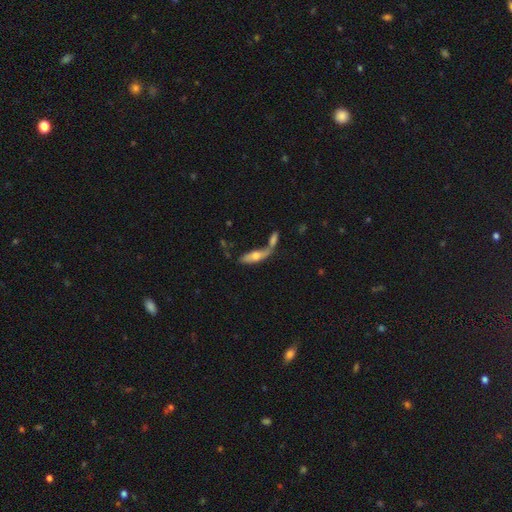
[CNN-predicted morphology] Smooth or featured?
  - smooth: 56% *
  - featured or disk: 36%
  - star or artifact: 7%
How rounded?
  - in between: 53% *
  - cigar-shaped: 44%
  - round: 3%
Merging?
  - merger: 50% *
  - none: 29%
  - minor disturbance: 12%
  - major disturbance: 8%